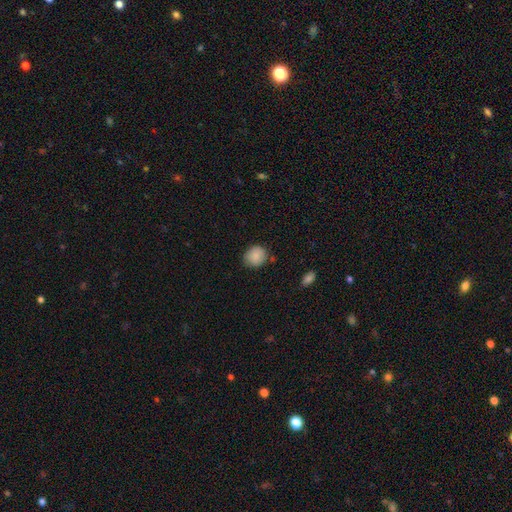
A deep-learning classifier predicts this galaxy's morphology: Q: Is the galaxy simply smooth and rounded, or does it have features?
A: smooth — 87%.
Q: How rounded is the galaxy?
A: round — 76%.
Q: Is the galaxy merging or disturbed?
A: none — 78%.